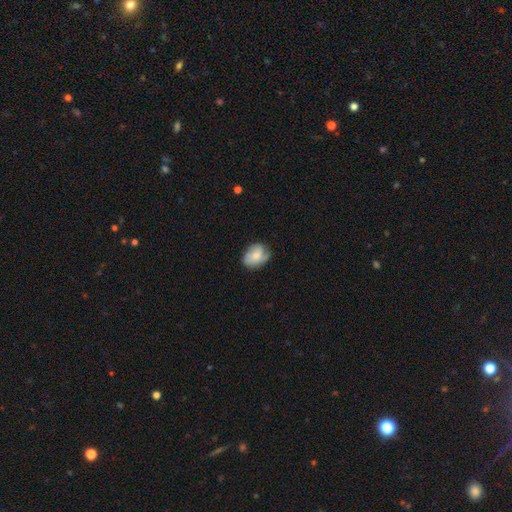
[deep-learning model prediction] Smooth or featured: smooth — 56% (featured or disk — 36%)
How rounded: in between — 63% (round — 36%)
Merging: none — 62% (minor disturbance — 28%)